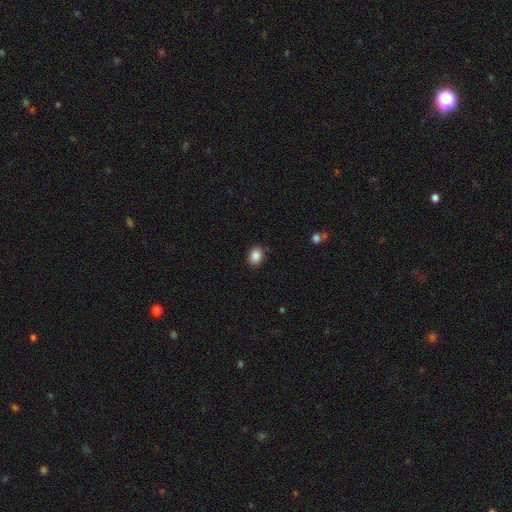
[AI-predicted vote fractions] Overall: smooth (86%). How rounded: in between (53%; round 46%). Merging: none (86%).